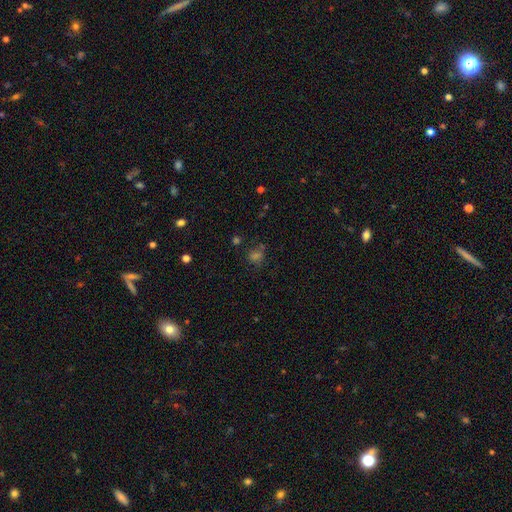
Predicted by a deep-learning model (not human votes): Overall: smooth (47%; star or artifact 40%). Merging: none (66%).